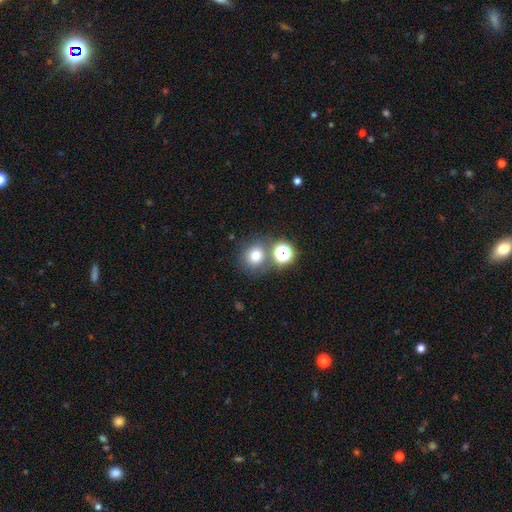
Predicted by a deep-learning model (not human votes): Smooth or featured? smooth (74%)
How rounded? round (83%)
Merging? none (68%)